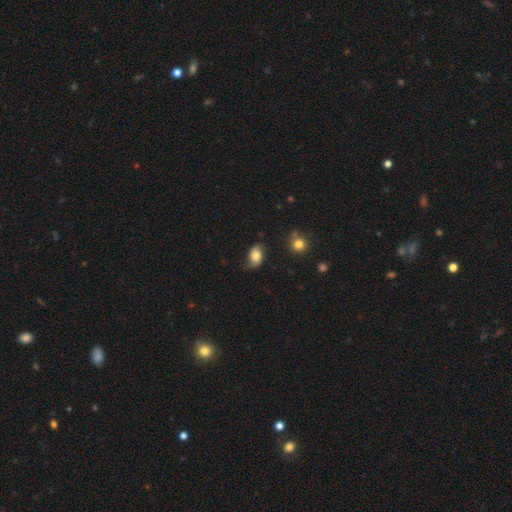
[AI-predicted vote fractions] Overall: smooth (78%). How rounded: in between (83%). Merging: none (68%).